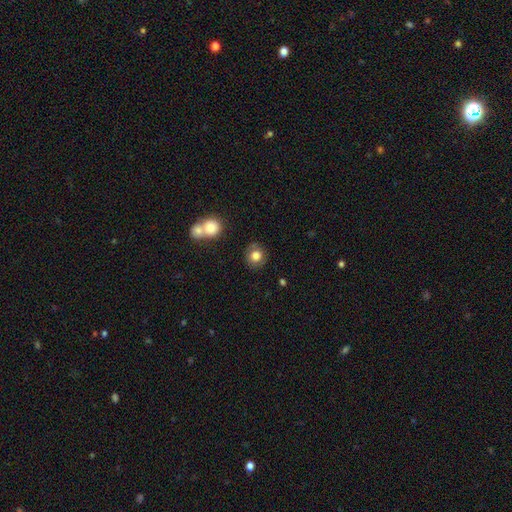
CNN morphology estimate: smooth 81%, star or artifact 10%, featured or disk 9%. Down the decision tree: how rounded — round (86%); merging — none (80%).